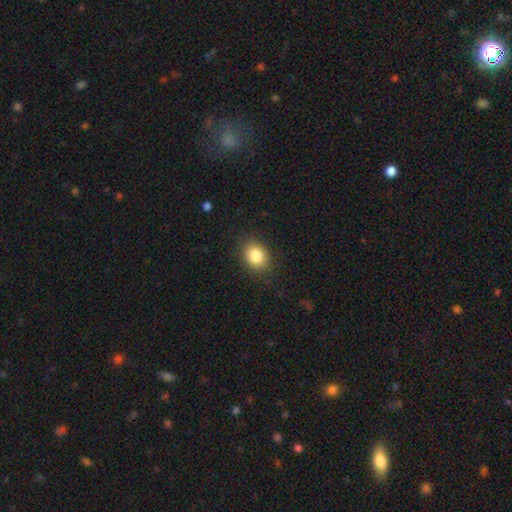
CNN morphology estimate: This is clearly a smooth galaxy (84%). How rounded: likely in between (63%). Merging: clearly none (86%).